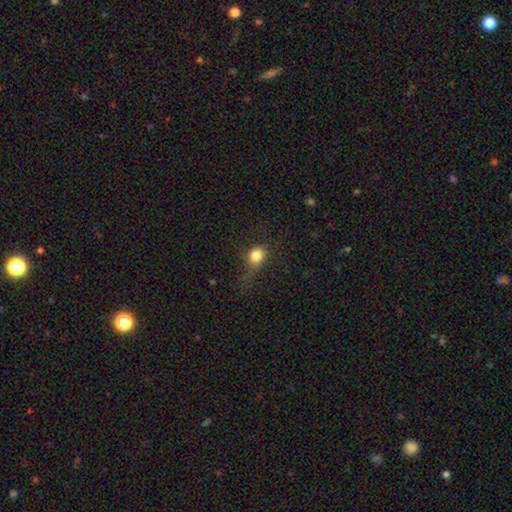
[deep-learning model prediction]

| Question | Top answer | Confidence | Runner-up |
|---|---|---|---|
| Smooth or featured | smooth | 80% | star or artifact (12%) |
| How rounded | round | 66% | in between (32%) |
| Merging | none | 62% | minor disturbance (22%) |